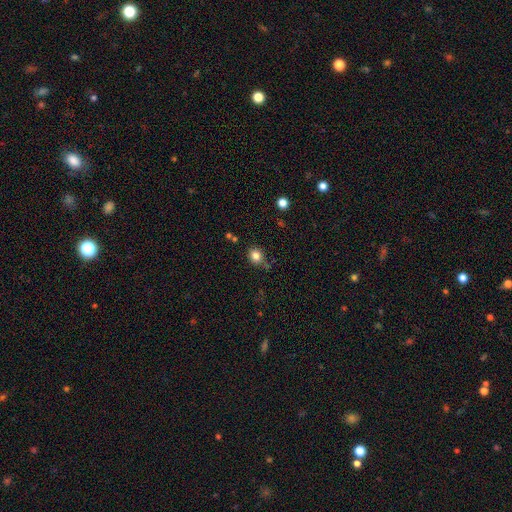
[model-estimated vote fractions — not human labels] This appears to be a smooth galaxy with no disk features (83%) that is round (66%). Merging: none (75%).